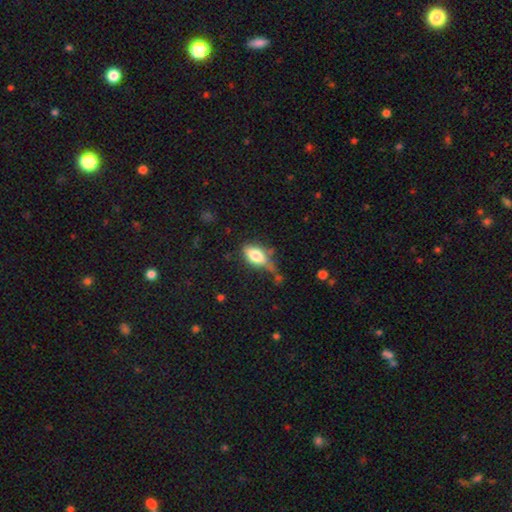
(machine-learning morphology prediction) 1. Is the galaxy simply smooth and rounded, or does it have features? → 71% smooth, 21% featured or disk, 8% star or artifact.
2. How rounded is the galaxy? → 86% in between, 8% cigar-shaped, 6% round.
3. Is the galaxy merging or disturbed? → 44% none, 32% minor disturbance, 16% major disturbance, 9% merger.